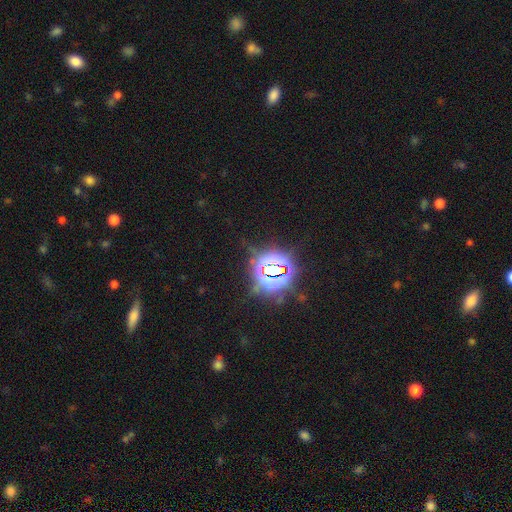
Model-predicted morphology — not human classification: type=star or artifact (83%).